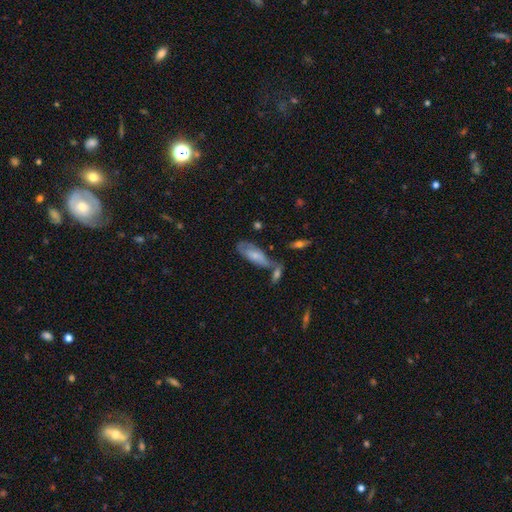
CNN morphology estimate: smooth-or-featured: smooth: 59% | featured or disk: 34% | star or artifact: 7%
  how-rounded: in between: 73% | cigar-shaped: 25% | round: 2%
  merging: none: 45% | minor disturbance: 24% | merger: 22% | major disturbance: 9%